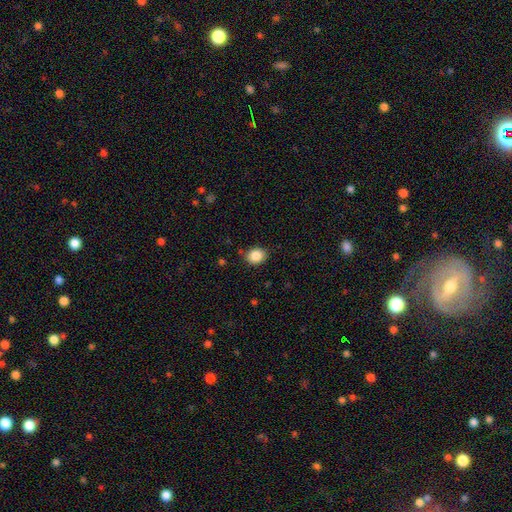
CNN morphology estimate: A smooth galaxy with no disk features (86%) that is round (64%).

Vote fractions:
- Smooth or featured? smooth: 86% / star or artifact: 9% / featured or disk: 5%
- How rounded? round: 64% / in between: 35% / cigar-shaped: 1%
- Merging? none: 83% / minor disturbance: 12% / major disturbance: 3% / merger: 2%